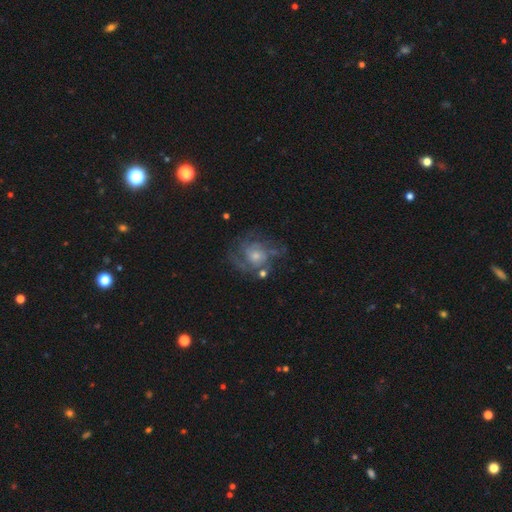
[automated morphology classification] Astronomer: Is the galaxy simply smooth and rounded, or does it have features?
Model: featured or disk — 74%.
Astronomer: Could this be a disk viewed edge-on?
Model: no — 97%.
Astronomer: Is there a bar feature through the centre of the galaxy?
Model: no — 75%.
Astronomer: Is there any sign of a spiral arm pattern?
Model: yes — 87%.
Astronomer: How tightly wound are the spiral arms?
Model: tight — 43% (runner-up: medium, 42%).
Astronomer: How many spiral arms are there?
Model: can't tell — 36% (runner-up: 3, 22%).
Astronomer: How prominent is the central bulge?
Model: small — 48% (runner-up: moderate, 41%).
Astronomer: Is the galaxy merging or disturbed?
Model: none — 64%.